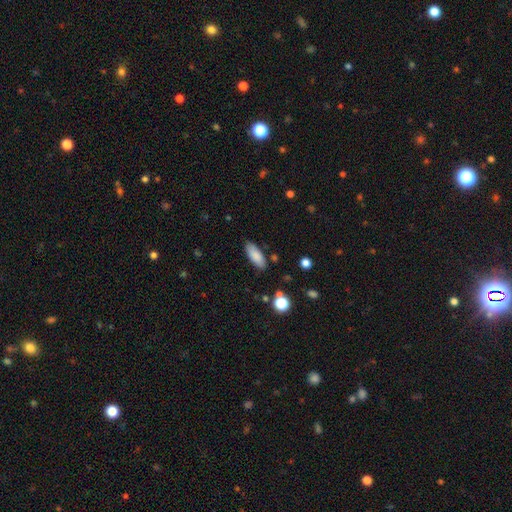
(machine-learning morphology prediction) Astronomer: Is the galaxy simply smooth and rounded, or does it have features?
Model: smooth — 85%.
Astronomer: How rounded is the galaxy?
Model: in between — 77%.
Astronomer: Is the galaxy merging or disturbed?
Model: none — 84%.